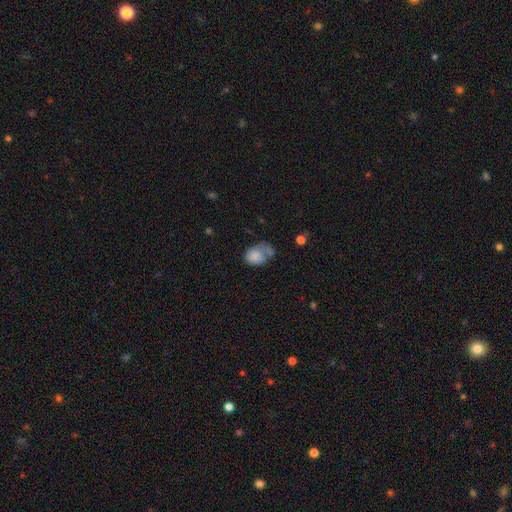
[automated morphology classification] Smooth or featured: smooth — 73% (featured or disk — 18%)
How rounded: in between — 71% (round — 28%)
Merging: major disturbance — 29% (none — 28%)